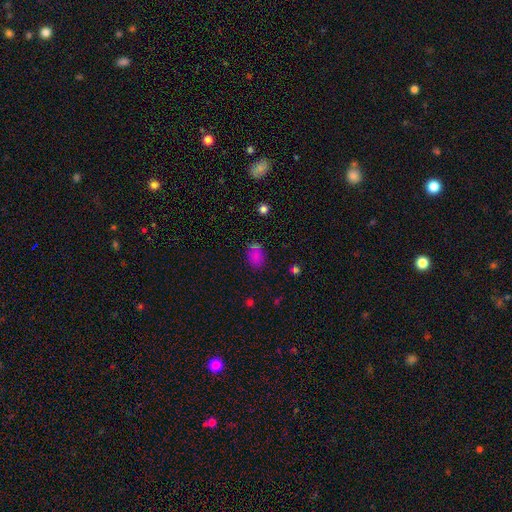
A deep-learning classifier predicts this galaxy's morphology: The model was most divided on "how rounded": in between: 74%, round: 25%, cigar-shaped: 1%. More confident: smooth or featured — smooth (75%); merging — none (73%).